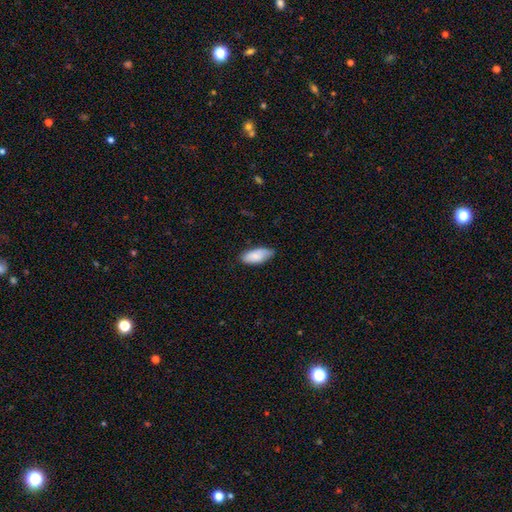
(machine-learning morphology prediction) A smooth galaxy with no disk features (85%) that is in between round and cigar-shaped (88%). Merging: none (70%).